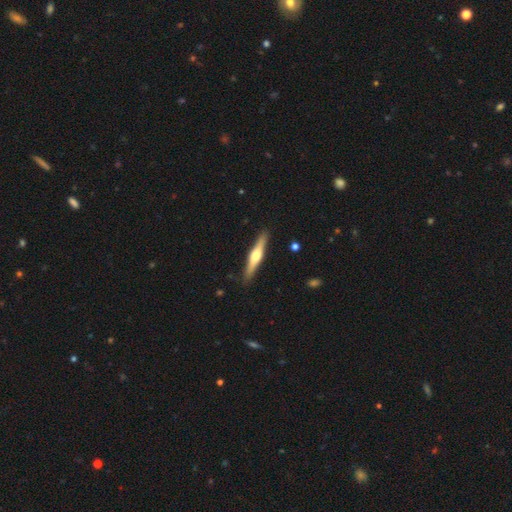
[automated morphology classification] Overall: featured or disk (64%; smooth 31%). Edge-on disk: yes (97%). Edge-on bulge: rounded (92%). Merging: none (90%).